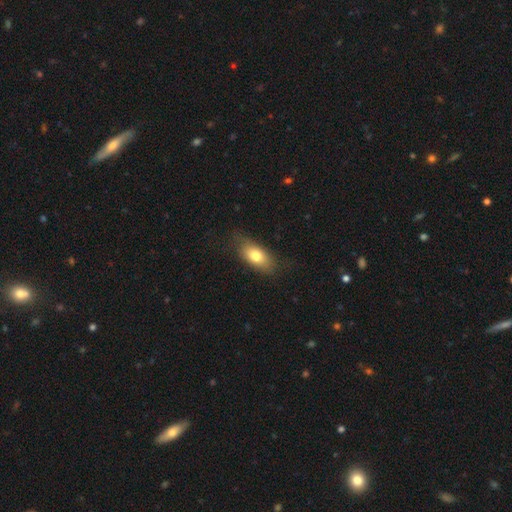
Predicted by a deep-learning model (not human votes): Smooth or featured? smooth (77%)
How rounded? in between (86%)
Merging? none (75%)